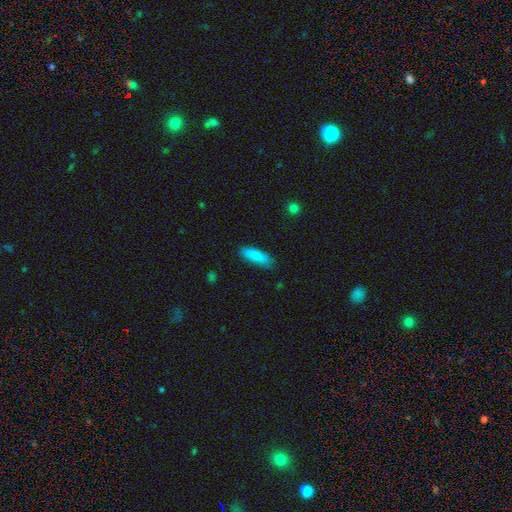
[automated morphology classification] Smooth or featured: smooth — 87% (featured or disk — 7%)
How rounded: cigar-shaped — 56% (in between — 43%)
Merging: none — 84% (minor disturbance — 13%)